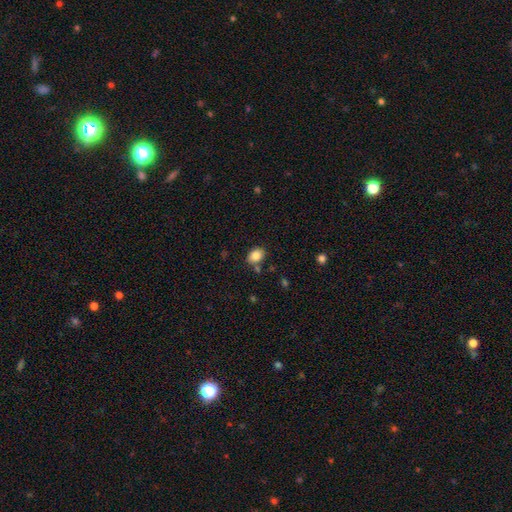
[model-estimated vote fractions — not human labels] This is clearly a smooth galaxy (85%). How rounded: likely in between (72%). Merging: likely none (77%).